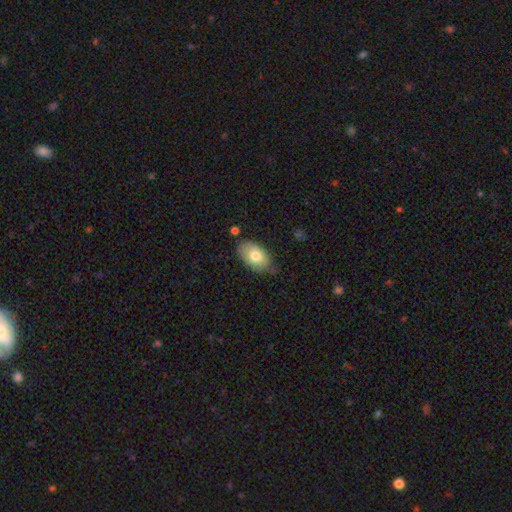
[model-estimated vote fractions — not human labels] This is likely a smooth galaxy (76%). How rounded: clearly in between (92%). Merging: likely none (69%).